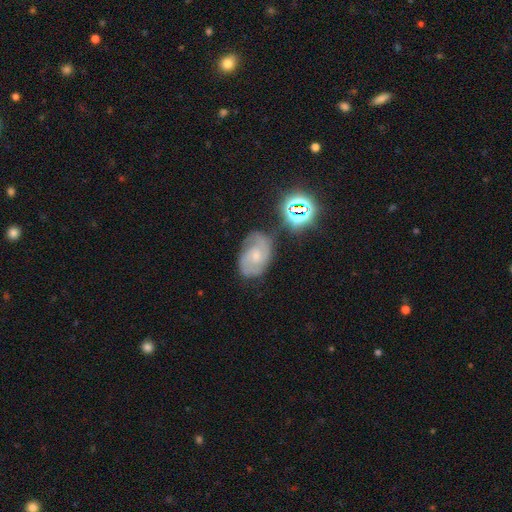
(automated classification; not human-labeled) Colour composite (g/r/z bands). It shows a featured or disk galaxy (69%) with no bar (60%), 2 (54%) medium (45%) spiral arms (93%) and a small central bulge (55%). Merging: none (64%).